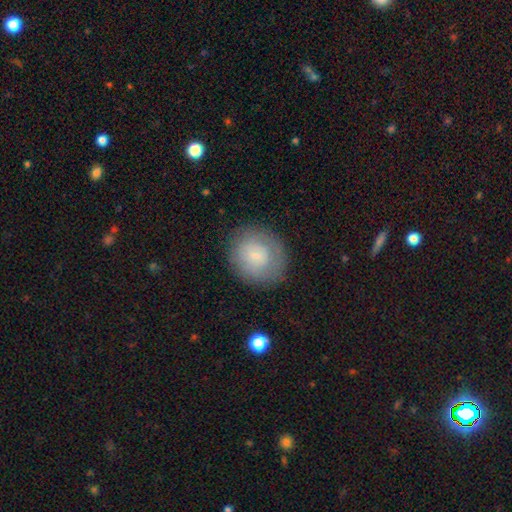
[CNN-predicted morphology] Smooth or featured: smooth — 68% (featured or disk — 24%)
How rounded: round — 79% (in between — 20%)
Merging: none — 78% (minor disturbance — 14%)